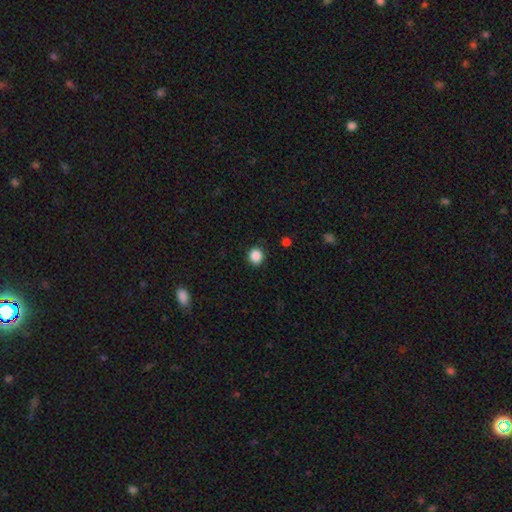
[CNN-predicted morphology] smooth 87%, star or artifact 10%, featured or disk 3%. Down the decision tree: how rounded — round (86%); merging — none (90%).